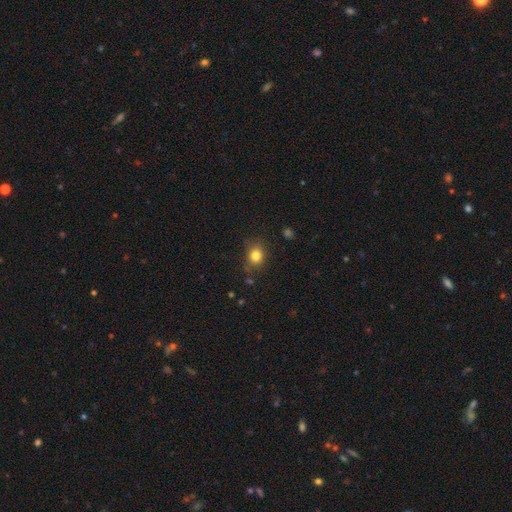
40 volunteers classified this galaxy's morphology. Smooth or featured?
  - smooth: 88% *
  - star or artifact: 10%
  - featured or disk: 2%
How rounded?
  - round: 77% *
  - in between: 23%
  - cigar-shaped: 0%
Merging?
  - none: 75% *
  - minor disturbance: 22%
  - major disturbance: 3%
  - merger: 0%